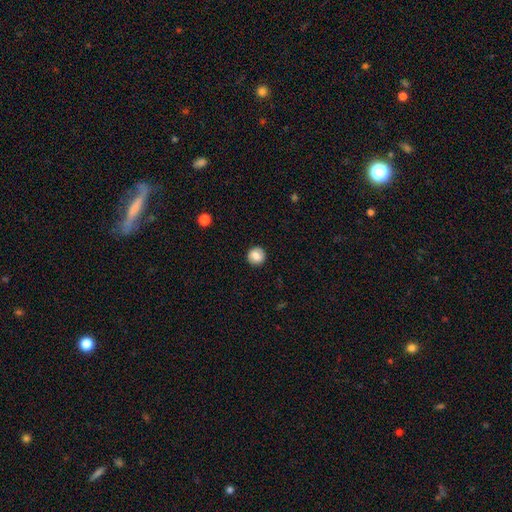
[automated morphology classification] Q: Smooth or featured?
A: smooth (77%); runner-up: featured or disk (15%)
Q: How rounded?
A: round (91%); runner-up: in between (8%)
Q: Merging?
A: none (90%); runner-up: minor disturbance (7%)